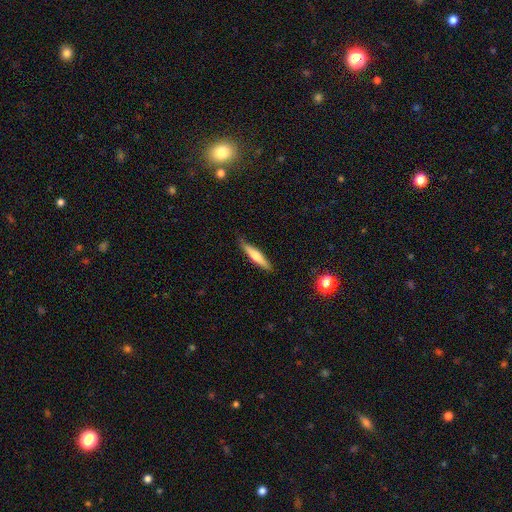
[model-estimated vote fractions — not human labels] smooth 58%, featured or disk 36%, star or artifact 6%. Down the decision tree: how rounded — cigar-shaped (88%); merging — none (86%).